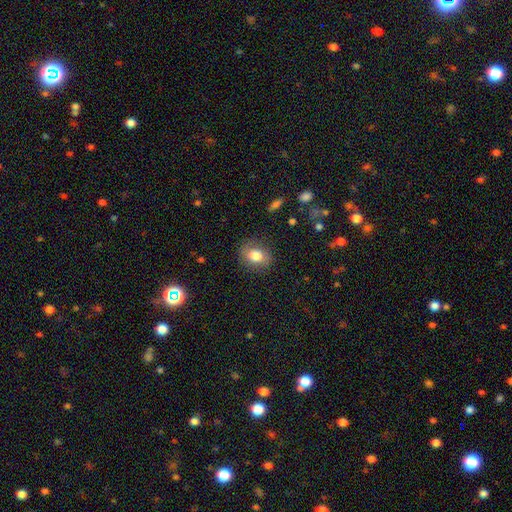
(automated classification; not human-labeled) A smooth galaxy with no disk features (77%) that is in between round and cigar-shaped (60%).

Vote fractions:
- Smooth or featured? smooth: 77% / featured or disk: 14% / star or artifact: 9%
- How rounded? in between: 60% / round: 39% / cigar-shaped: 1%
- Merging? none: 80% / minor disturbance: 14% / major disturbance: 4% / merger: 1%